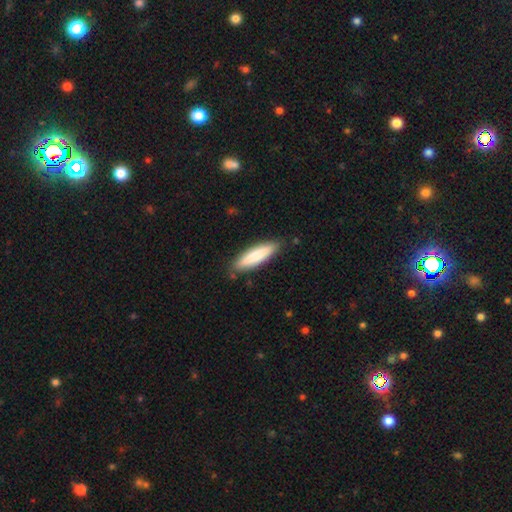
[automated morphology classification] This is likely a smooth galaxy (77%). How rounded: likely cigar-shaped (74%). Merging: clearly none (86%).